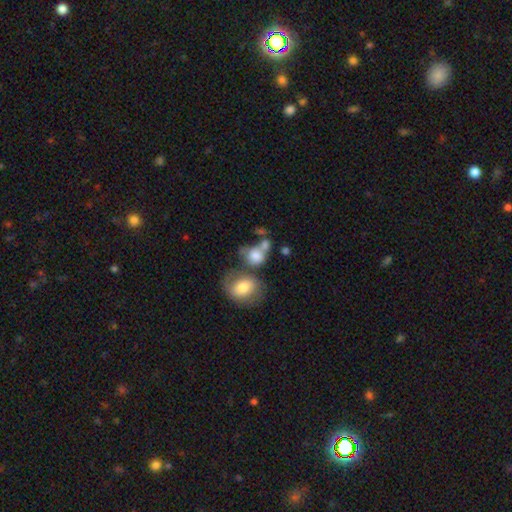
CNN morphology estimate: smooth 72%, featured or disk 19%, star or artifact 9%. Down the decision tree: how rounded — round (50%); merging — merger (48%).